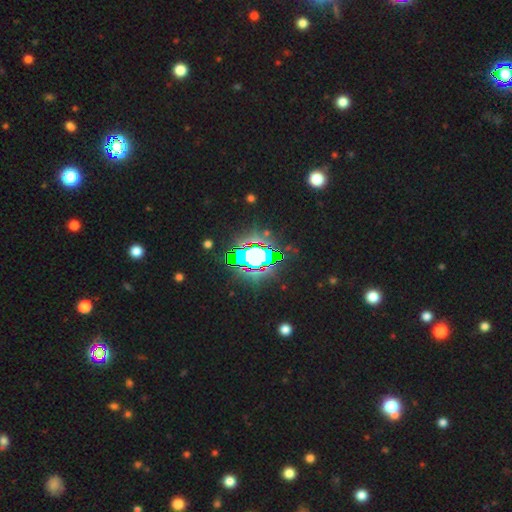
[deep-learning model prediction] Q: Smooth or featured?
A: star or artifact (72%); runner-up: smooth (16%)